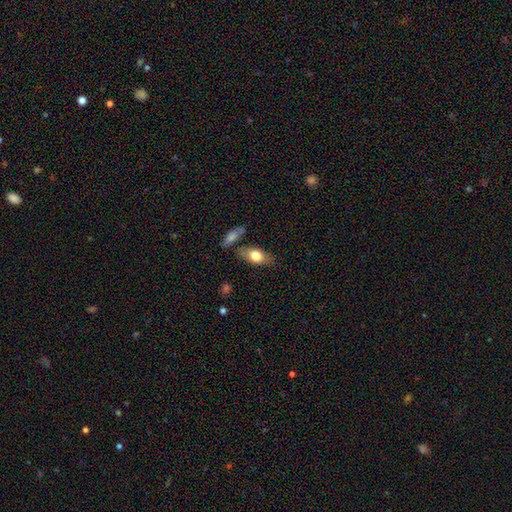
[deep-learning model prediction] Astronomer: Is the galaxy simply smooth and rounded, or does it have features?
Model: smooth — 74%.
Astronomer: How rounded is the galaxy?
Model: in between — 86%.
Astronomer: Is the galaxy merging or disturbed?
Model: none — 73%.